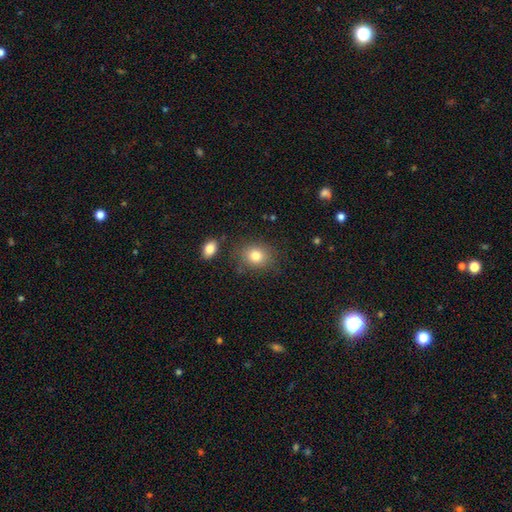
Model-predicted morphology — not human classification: This is clearly a smooth galaxy (81%). How rounded: possibly round (60%). Merging: likely none (78%).